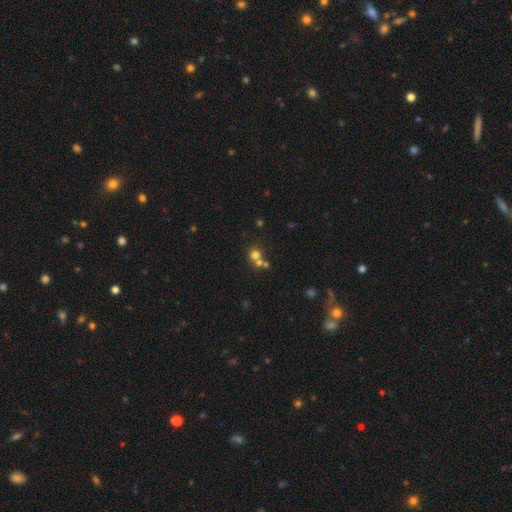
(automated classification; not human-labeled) A smooth galaxy with no disk features (68%) that is round (86%).

Vote fractions:
- Smooth or featured? smooth: 68% / star or artifact: 19% / featured or disk: 13%
- How rounded? round: 86% / in between: 13% / cigar-shaped: 1%
- Merging? none: 48% / merger: 42% / minor disturbance: 6% / major disturbance: 4%